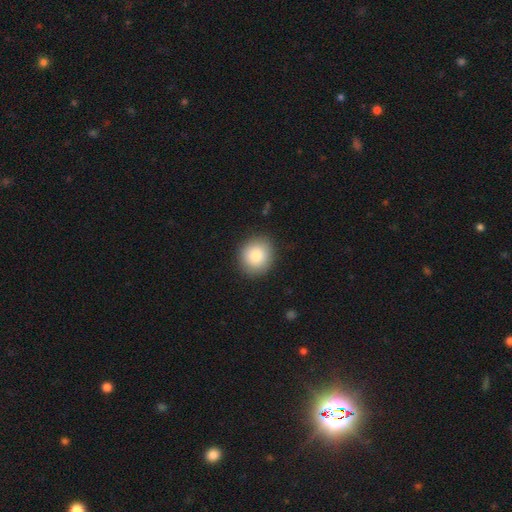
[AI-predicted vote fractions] Smooth or featured?
  - smooth: 83% *
  - featured or disk: 9%
  - star or artifact: 8%
How rounded?
  - round: 83% *
  - in between: 16%
  - cigar-shaped: 1%
Merging?
  - none: 89% *
  - minor disturbance: 8%
  - major disturbance: 2%
  - merger: 1%